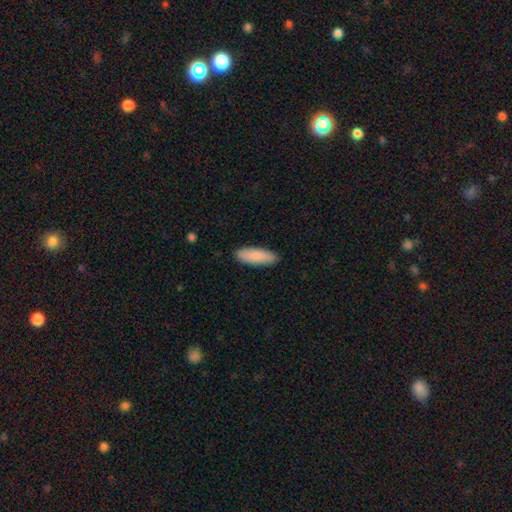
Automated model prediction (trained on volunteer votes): smooth-or-featured: smooth: 87% | featured or disk: 7% | star or artifact: 5%
  how-rounded: in between: 56% | cigar-shaped: 42% | round: 1%
  merging: none: 89% | minor disturbance: 9% | major disturbance: 2% | merger: 1%